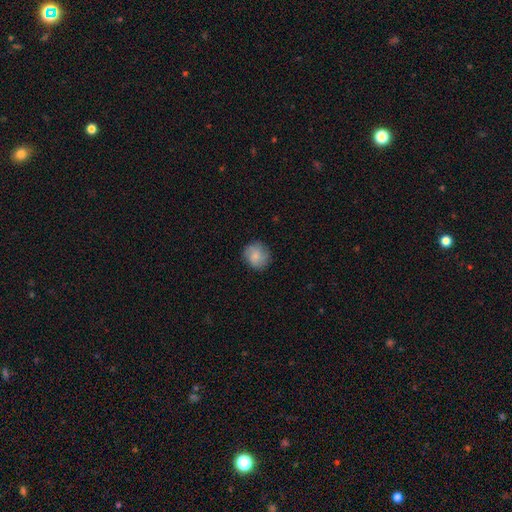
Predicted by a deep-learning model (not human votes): Smooth or featured? smooth (75%)
How rounded? round (85%)
Merging? none (80%)